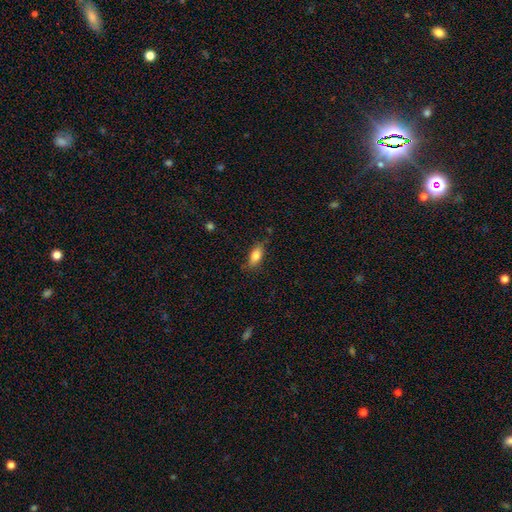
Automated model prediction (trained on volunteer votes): Smooth or featured: smooth — 81% (featured or disk — 11%)
How rounded: in between — 84% (cigar-shaped — 12%)
Merging: none — 76% (minor disturbance — 18%)